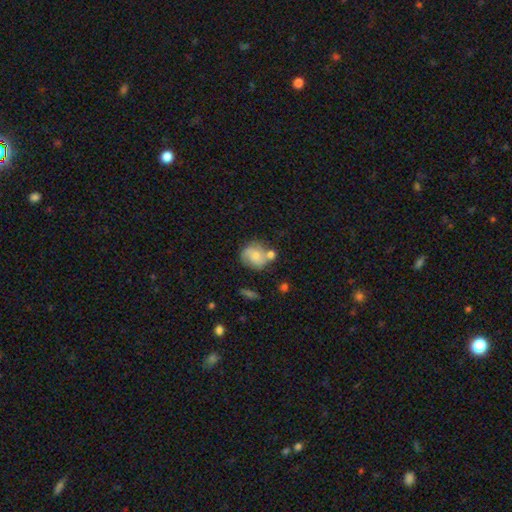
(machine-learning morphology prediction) This appears to be a smooth galaxy with no disk features (50%) that is round (68%). Merging: none (49%).